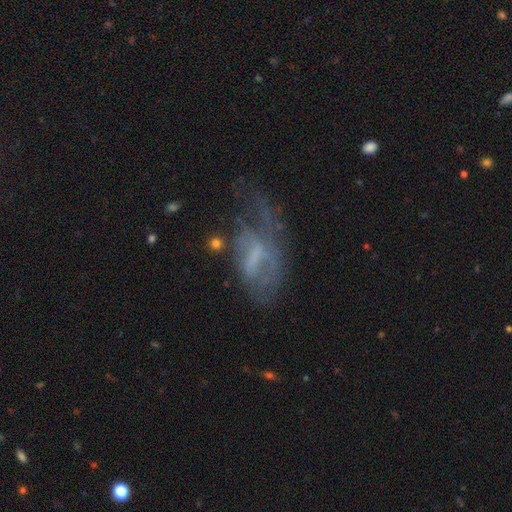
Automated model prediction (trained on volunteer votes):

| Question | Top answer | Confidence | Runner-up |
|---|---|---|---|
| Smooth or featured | featured or disk | 58% | smooth (29%) |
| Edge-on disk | no | 92% | yes (8%) |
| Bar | no | 48% | weak (37%) |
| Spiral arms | no | 59% | yes (41%) |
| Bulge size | none | 51% | small (22%) |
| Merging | major disturbance | 43% | none (29%) |